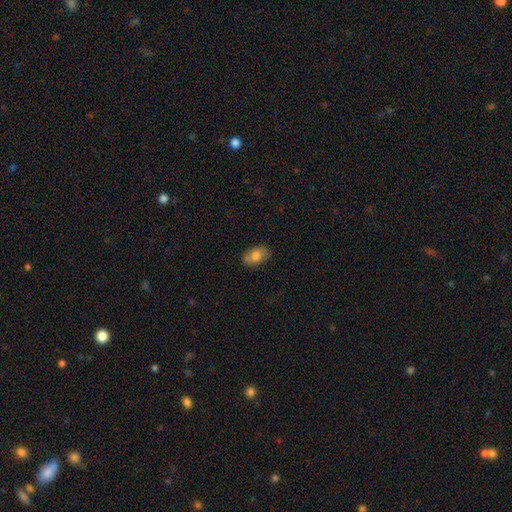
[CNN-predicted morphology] This is likely a smooth galaxy (74%). How rounded: clearly in between (89%). Merging: clearly none (80%).